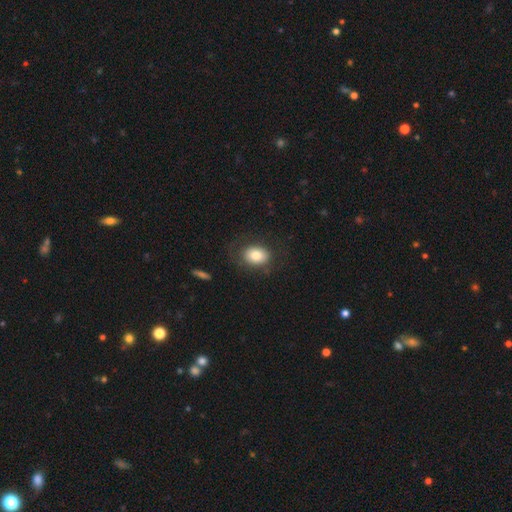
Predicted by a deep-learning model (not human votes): A smooth galaxy with no disk features (80%) that is in between round and cigar-shaped (71%). Merging: none (73%).